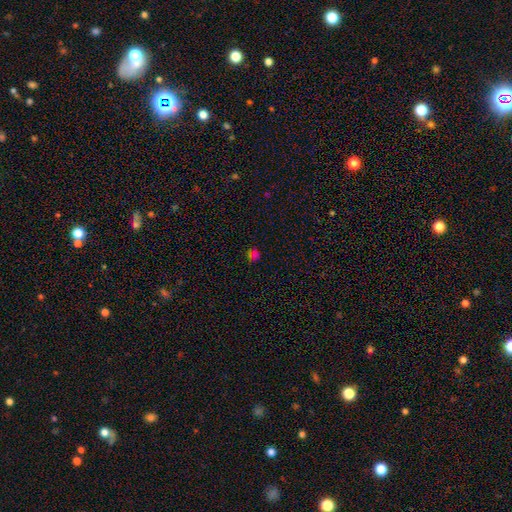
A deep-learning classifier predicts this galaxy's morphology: type=smooth (64%); roundness=round (87%); merging=none (81%).